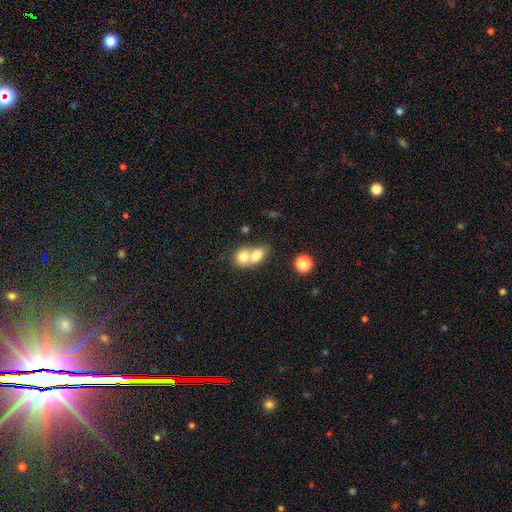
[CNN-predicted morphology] type=smooth (75%); roundness=in between (58%); merging=merger (73%).